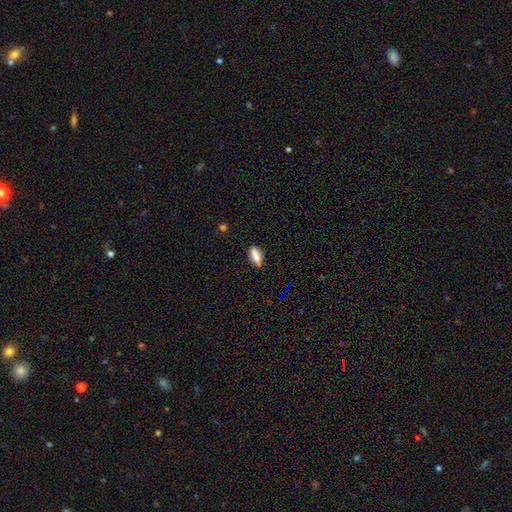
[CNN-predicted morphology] type=smooth (83%); roundness=in between (76%); merging=none (84%).